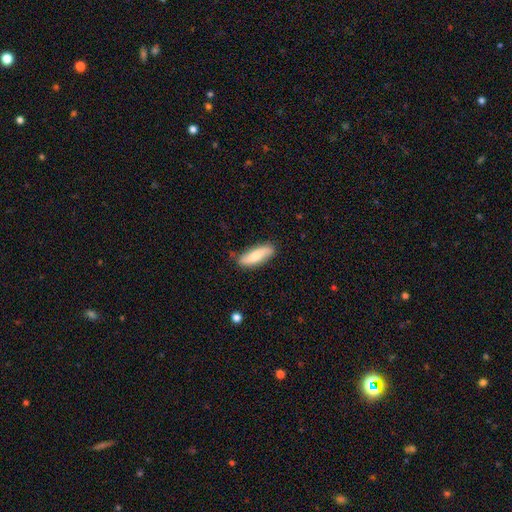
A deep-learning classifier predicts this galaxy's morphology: smooth 70%, featured or disk 24%, star or artifact 6%. Down the decision tree: how rounded — in between (52%); merging — none (80%).